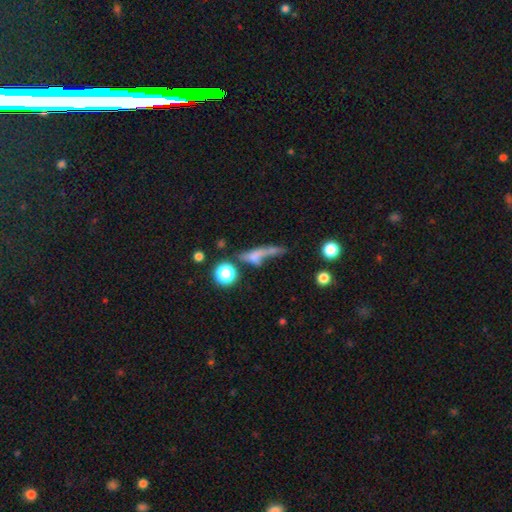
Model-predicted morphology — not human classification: A smooth galaxy with no disk features (49%). Merging: none (32%).